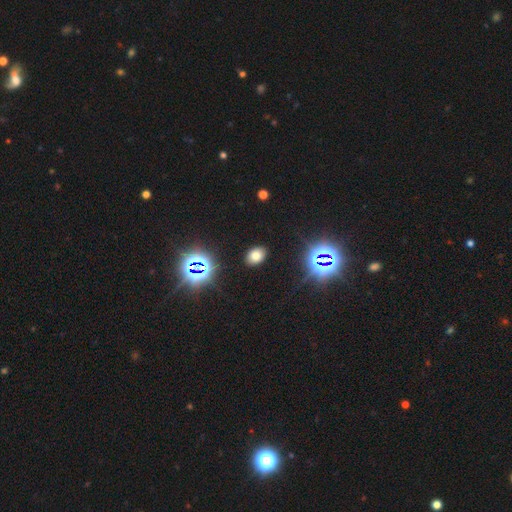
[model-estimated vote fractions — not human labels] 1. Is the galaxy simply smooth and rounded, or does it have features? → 68% smooth, 24% star or artifact, 8% featured or disk.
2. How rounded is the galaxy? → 76% in between, 23% round, 1% cigar-shaped.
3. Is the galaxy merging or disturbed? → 87% none, 8% minor disturbance, 3% major disturbance, 2% merger.